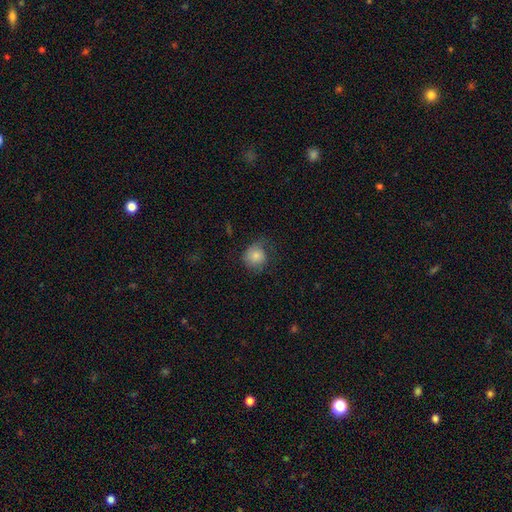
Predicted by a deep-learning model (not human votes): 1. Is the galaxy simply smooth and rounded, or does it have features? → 78% smooth, 14% featured or disk, 8% star or artifact.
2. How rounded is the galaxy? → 83% round, 16% in between, 1% cigar-shaped.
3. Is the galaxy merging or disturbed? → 57% none, 26% minor disturbance, 15% major disturbance, 1% merger.